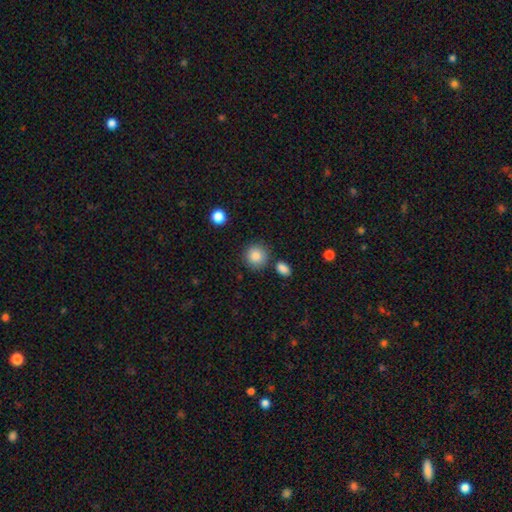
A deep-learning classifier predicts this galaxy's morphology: Smooth or featured? smooth (87%)
How rounded? round (91%)
Merging? none (82%)